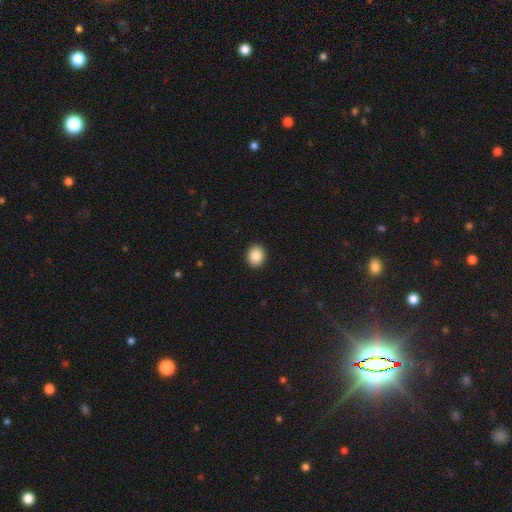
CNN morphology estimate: Smooth or featured?
  - smooth: 87% *
  - star or artifact: 9%
  - featured or disk: 4%
How rounded?
  - round: 75% *
  - in between: 24%
  - cigar-shaped: 1%
Merging?
  - none: 93% *
  - minor disturbance: 5%
  - major disturbance: 2%
  - merger: 1%